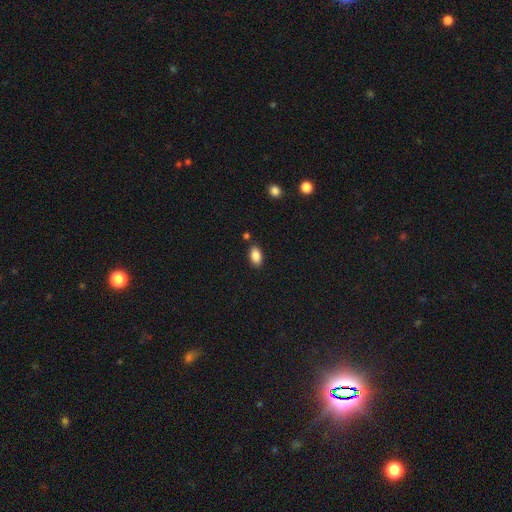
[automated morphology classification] A smooth galaxy with no disk features (87%) that is in between round and cigar-shaped (91%). Merging: none (84%).